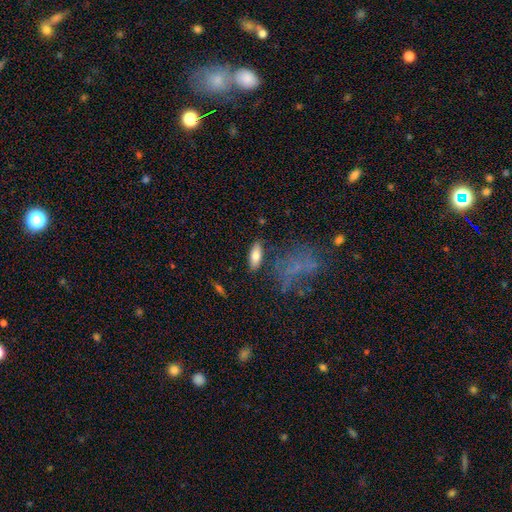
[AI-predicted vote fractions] Smooth or featured? Predicted: smooth (p=0.78). How rounded? Predicted: in between (p=0.78). Merging? Predicted: none (p=0.82).